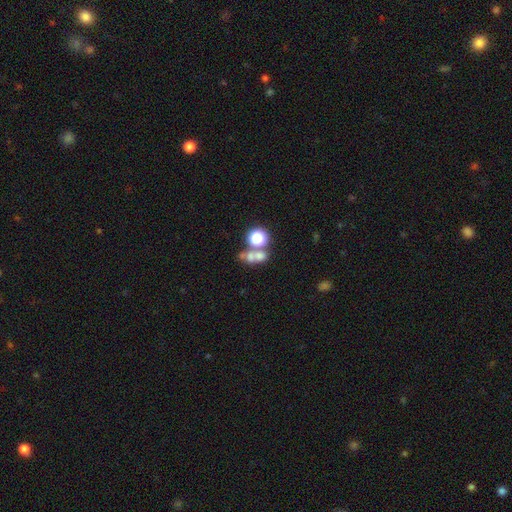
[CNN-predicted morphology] Smooth or featured?
  - smooth: 56% *
  - star or artifact: 24%
  - featured or disk: 20%
How rounded?
  - round: 65% *
  - in between: 32%
  - cigar-shaped: 2%
Merging?
  - merger: 48% *
  - none: 35%
  - minor disturbance: 8%
  - major disturbance: 8%